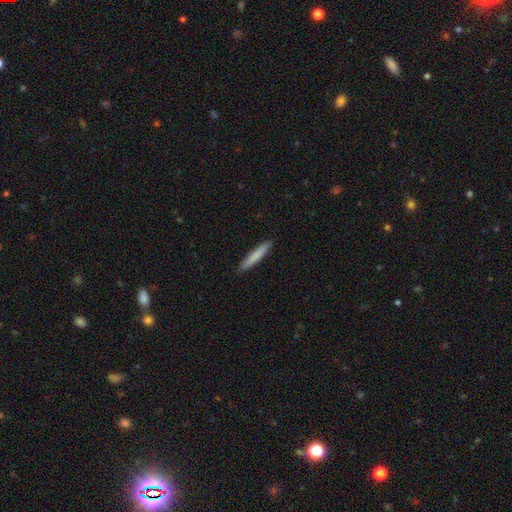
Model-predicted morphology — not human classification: Overall: smooth (79%). How rounded: cigar-shaped (94%). Merging: none (90%).